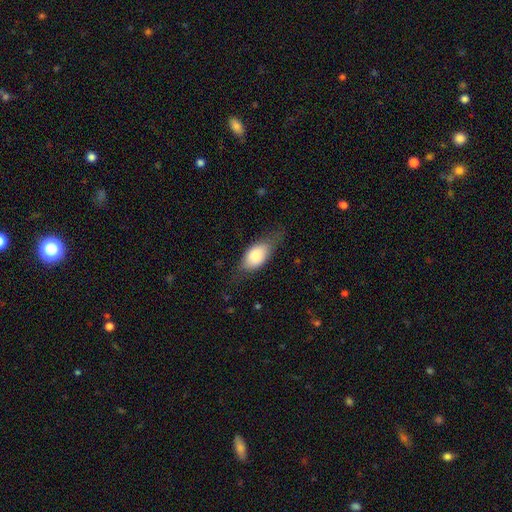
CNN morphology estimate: smooth 73%, featured or disk 20%, star or artifact 7%. Down the decision tree: how rounded — in between (86%); merging — none (58%).